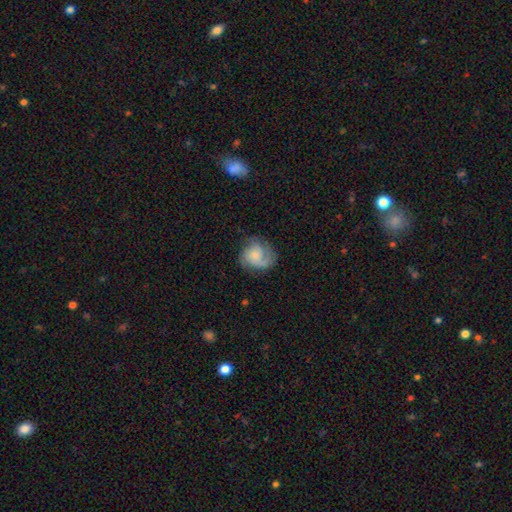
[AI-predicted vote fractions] Smooth or featured? featured or disk (57%)
Edge-on disk? no (98%)
Bar? no (75%)
Spiral arms? yes (90%)
Bulge size? small (32%)
Merging? none (62%)